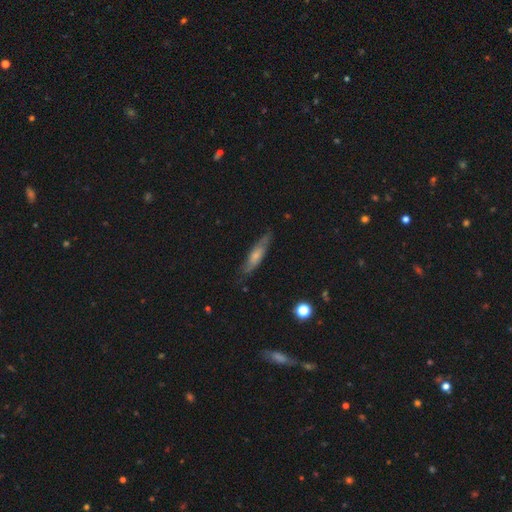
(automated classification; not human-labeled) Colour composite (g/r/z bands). It shows a smooth galaxy with no disk features (54%) that is cigar-shaped (72%). Merging: none (76%).